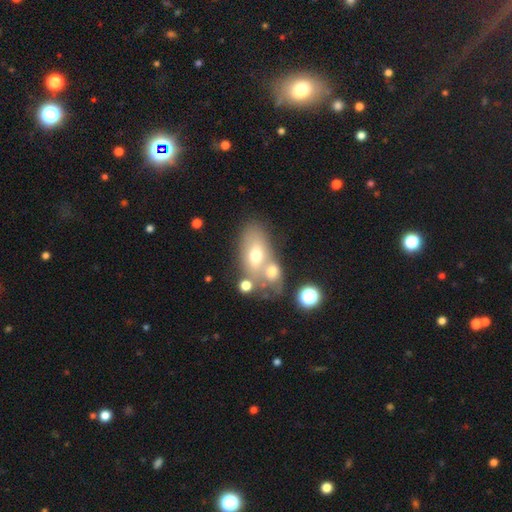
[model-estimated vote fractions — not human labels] This is possibly a smooth galaxy (57%). How rounded: clearly in between (83%). Merging: possibly merger (46%).